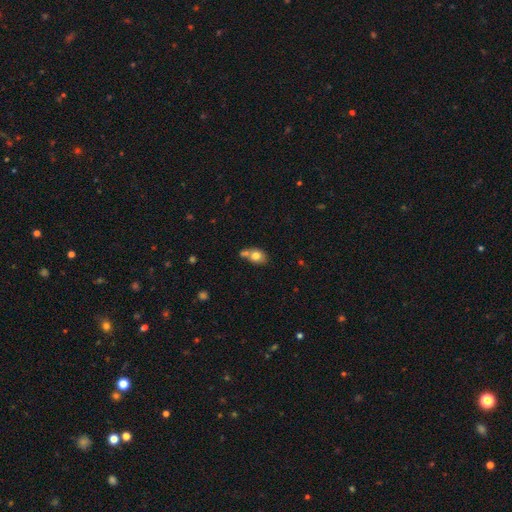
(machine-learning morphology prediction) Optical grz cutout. It shows a smooth galaxy with no disk features (76%) that is in between round and cigar-shaped (60%). Merging: none (41%).